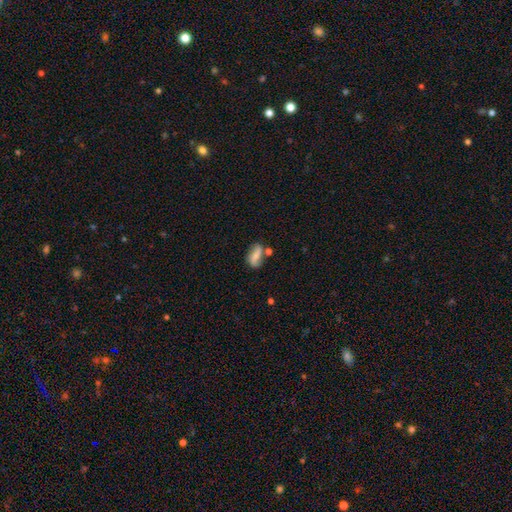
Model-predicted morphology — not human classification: smooth 47%, featured or disk 43%, star or artifact 10%. Down the decision tree: merging — none (58%).